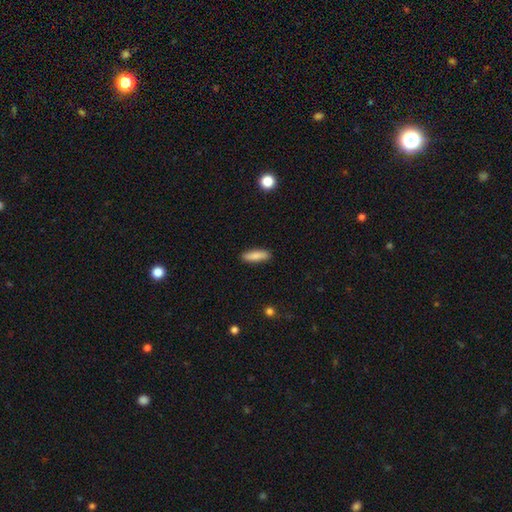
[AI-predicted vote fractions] Smooth or featured? Predicted: smooth (p=0.83). How rounded? Predicted: cigar-shaped (p=0.61). Merging? Predicted: none (p=0.88).